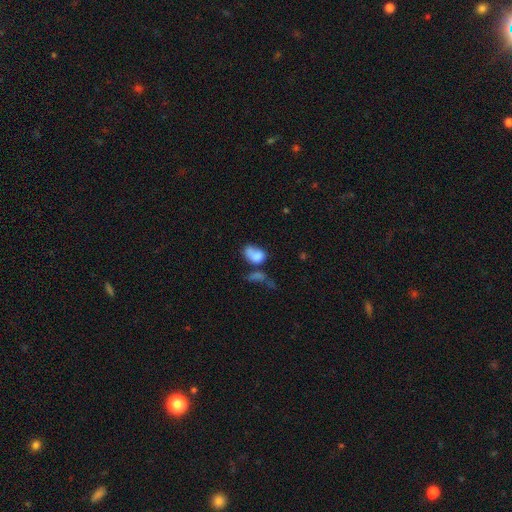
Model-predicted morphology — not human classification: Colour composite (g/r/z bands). It shows a smooth galaxy with no disk features (74%) that is in between round and cigar-shaped (77%). Merging: merger (46%).